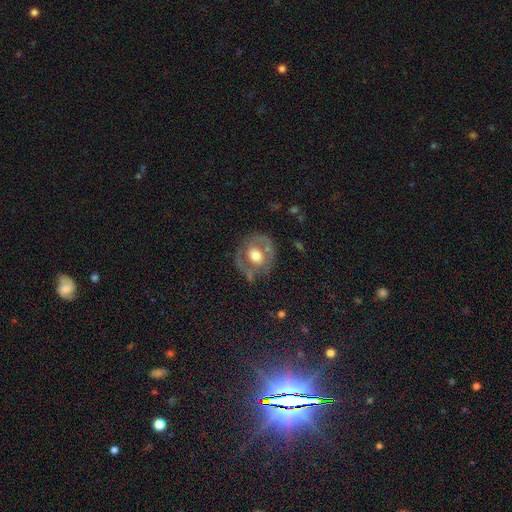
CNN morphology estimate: The model was most divided on "bulge size": moderate: 45%, large: 44%, small: 5%, dominant: 4%, none: 2%. More confident: edge-on disk — no (95%); bar — no (75%); spiral arms — no (69%); merging — none (66%); smooth or featured — featured or disk (55%).